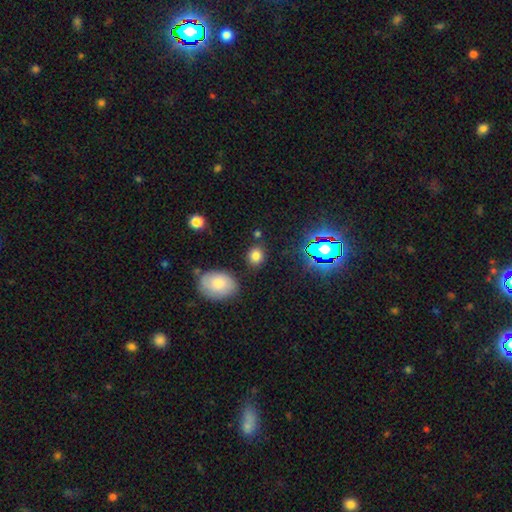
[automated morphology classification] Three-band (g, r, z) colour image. It shows a smooth galaxy with no disk features (77%) that is round (63%). Merging: none (83%).